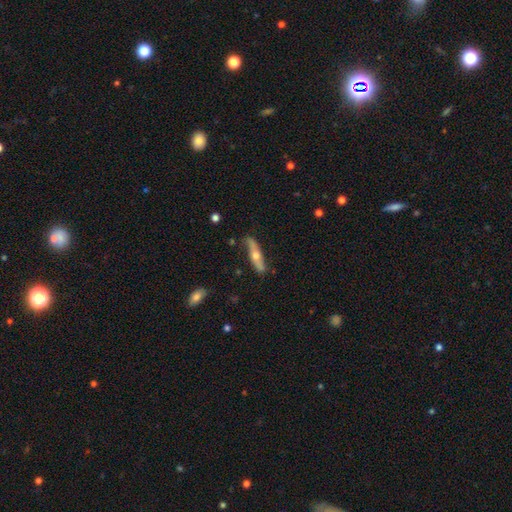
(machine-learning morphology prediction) This appears to be a featured or disk galaxy (58%) viewed edge-on (76%). Merging: none (77%).